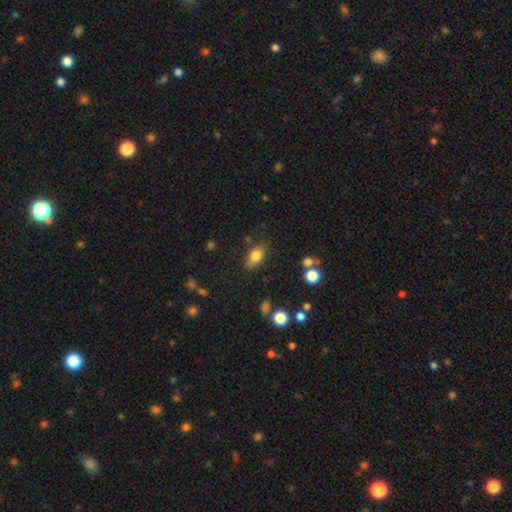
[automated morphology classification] Smooth or featured: smooth — 79% (featured or disk — 11%)
How rounded: in between — 84% (round — 13%)
Merging: none — 77% (minor disturbance — 15%)